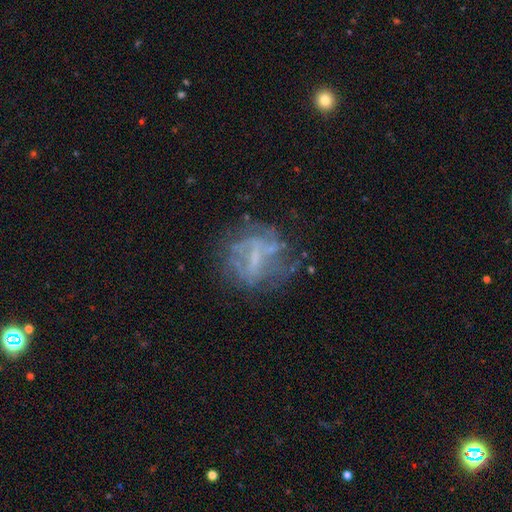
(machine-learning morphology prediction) A featured or disk galaxy (65%) with a weak bar (41%), no spiral arms (56%) and no central bulge (46%). Merging: none (59%).